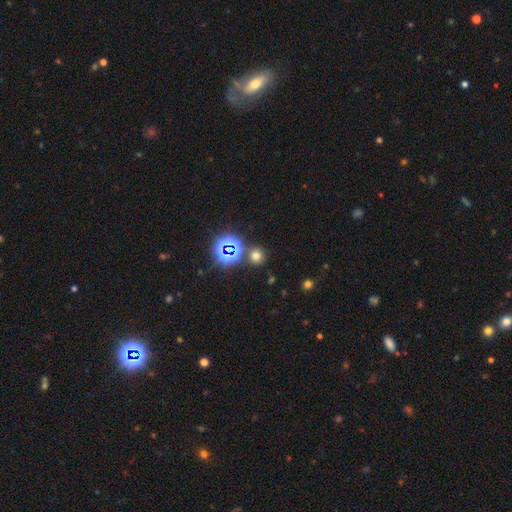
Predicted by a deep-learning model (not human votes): Smooth or featured? Predicted: smooth (p=0.64). How rounded? Predicted: round (p=0.91). Merging? Predicted: none (p=0.82).